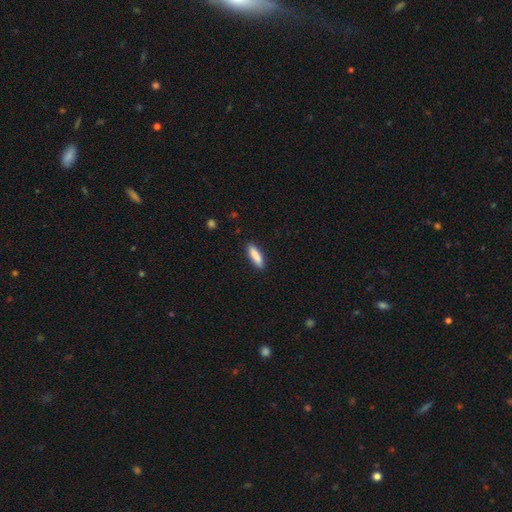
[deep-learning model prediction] This appears to be a smooth galaxy with no disk features (87%) that is cigar-shaped (64%). Merging: none (89%).